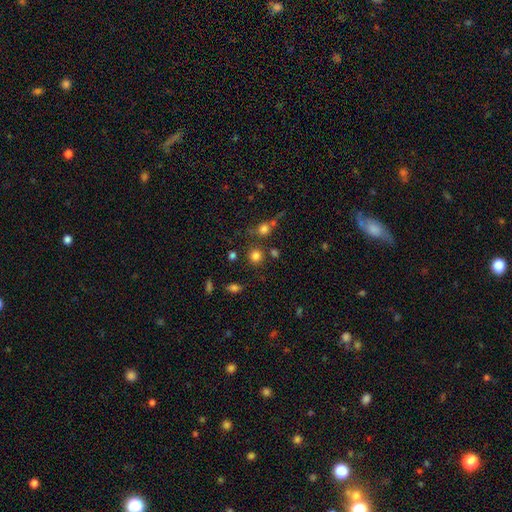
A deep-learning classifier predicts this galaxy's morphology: A smooth galaxy with no disk features (80%) that is round (90%). Merging: none (77%).